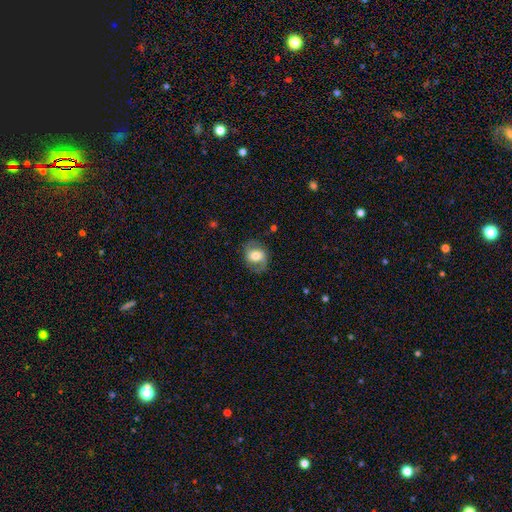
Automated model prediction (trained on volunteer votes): Morphology: type=featured or disk (54%); edge-on=no (96%); bar=no (46%); spiral arms=yes (79%); bulge=moderate (55%); merging=none (77%).